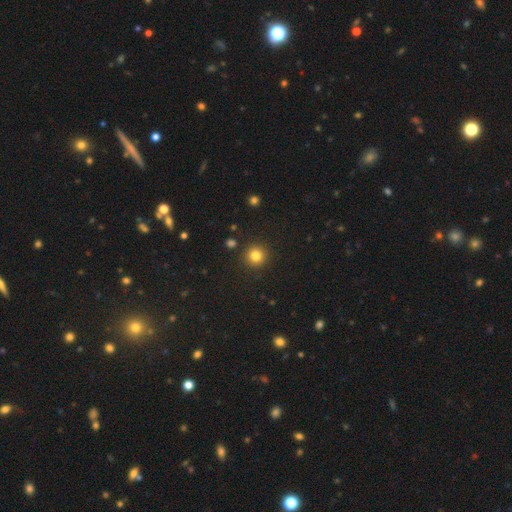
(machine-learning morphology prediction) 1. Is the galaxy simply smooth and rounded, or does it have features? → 83% smooth, 12% star or artifact, 5% featured or disk.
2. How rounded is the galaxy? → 93% round, 6% in between, 1% cigar-shaped.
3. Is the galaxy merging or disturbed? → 90% none, 6% minor disturbance, 2% major disturbance, 2% merger.